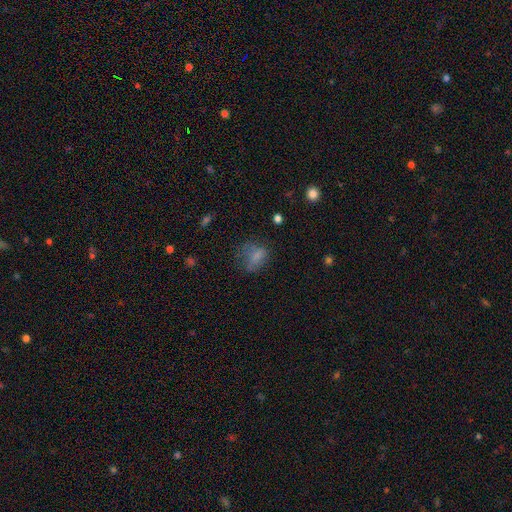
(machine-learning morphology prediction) Overall: smooth (65%). How rounded: in between (63%; round 35%). Merging: none (42%; major disturbance 29%).